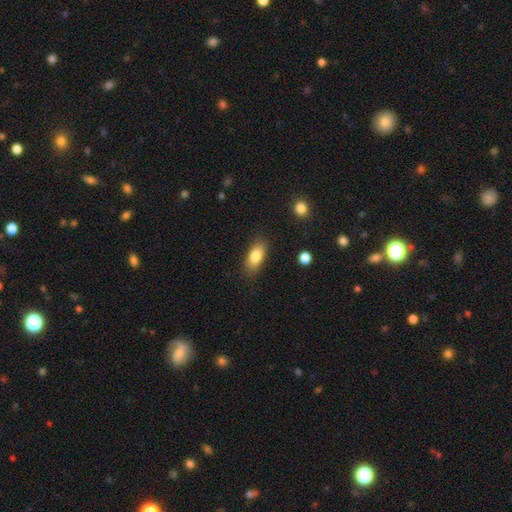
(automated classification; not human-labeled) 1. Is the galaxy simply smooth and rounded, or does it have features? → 82% smooth, 11% featured or disk, 7% star or artifact.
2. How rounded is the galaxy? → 85% in between, 11% cigar-shaped, 4% round.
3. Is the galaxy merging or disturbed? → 84% none, 11% minor disturbance, 3% major disturbance, 1% merger.